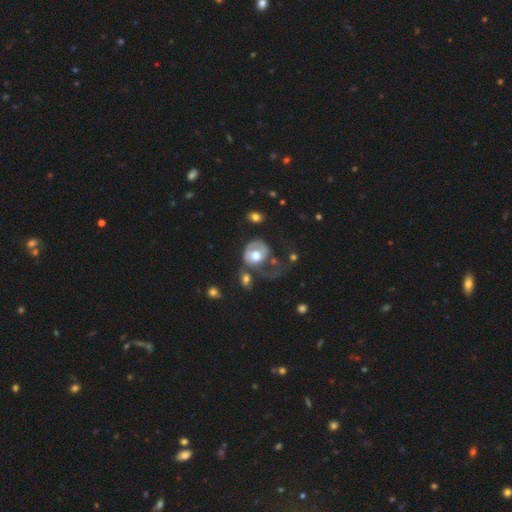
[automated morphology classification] Q: Smooth or featured?
A: featured or disk (51%); runner-up: smooth (42%)
Q: Edge-on disk?
A: no (97%); runner-up: yes (3%)
Q: Merging?
A: major disturbance (53%); runner-up: none (19%)